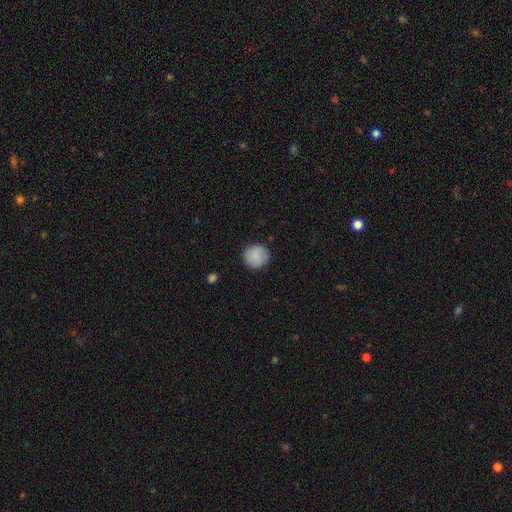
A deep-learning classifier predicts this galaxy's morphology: type=smooth (87%); roundness=round (92%); merging=none (89%).